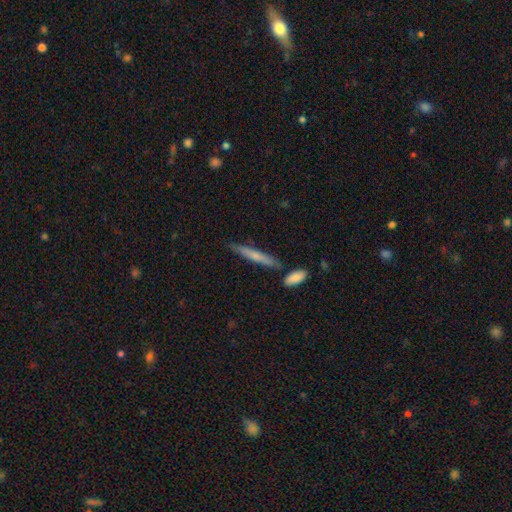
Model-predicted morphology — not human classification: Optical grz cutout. It shows a smooth galaxy with no disk features (62%) that is cigar-shaped (93%). Merging: none (79%).